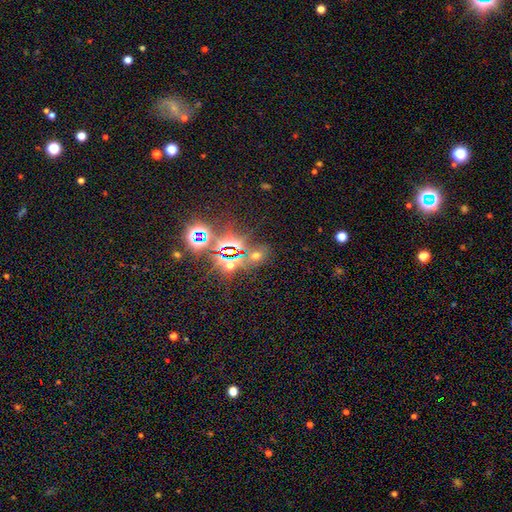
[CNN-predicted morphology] The model was most divided on "smooth or featured": star or artifact: 57%, smooth: 34%, featured or disk: 9%.